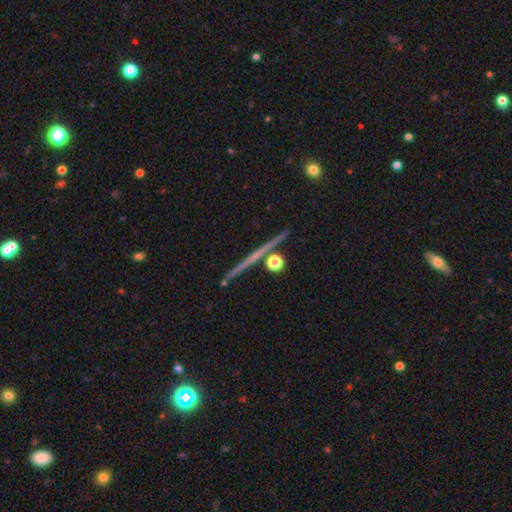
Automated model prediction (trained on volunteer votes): A featured or disk galaxy (66%) viewed edge-on (97%) with no central bulge (75%).

Vote fractions:
- Smooth or featured? featured or disk: 66% / smooth: 22% / star or artifact: 12%
- Edge-on disk? yes: 97% / no: 3%
- Edge-on bulge? none: 75% / rounded: 19% / boxy: 6%
- Merging? none: 91% / minor disturbance: 5% / merger: 2% / major disturbance: 2%